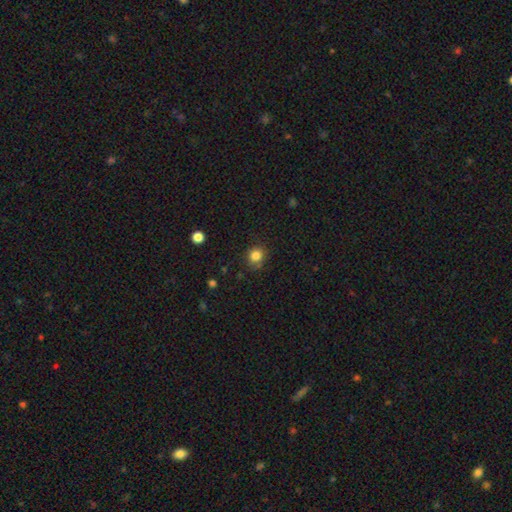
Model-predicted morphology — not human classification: smooth-or-featured: smooth: 84% | star or artifact: 12% | featured or disk: 4%
  how-rounded: round: 82% | in between: 18% | cigar-shaped: 1%
  merging: none: 80% | minor disturbance: 15% | major disturbance: 4% | merger: 2%